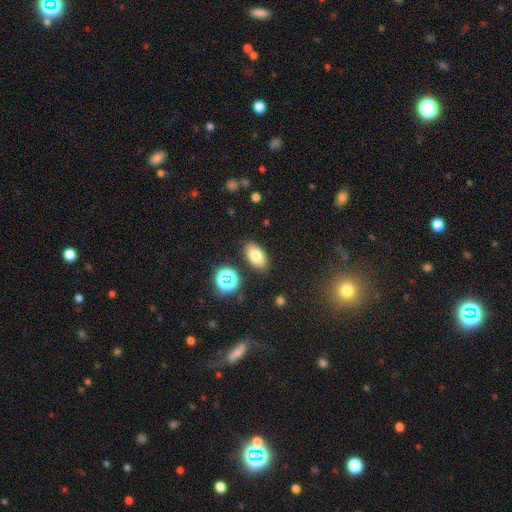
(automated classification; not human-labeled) Smooth or featured?
  - smooth: 75% *
  - star or artifact: 12%
  - featured or disk: 12%
How rounded?
  - in between: 90% *
  - round: 7%
  - cigar-shaped: 3%
Merging?
  - none: 85% *
  - minor disturbance: 9%
  - major disturbance: 3%
  - merger: 2%